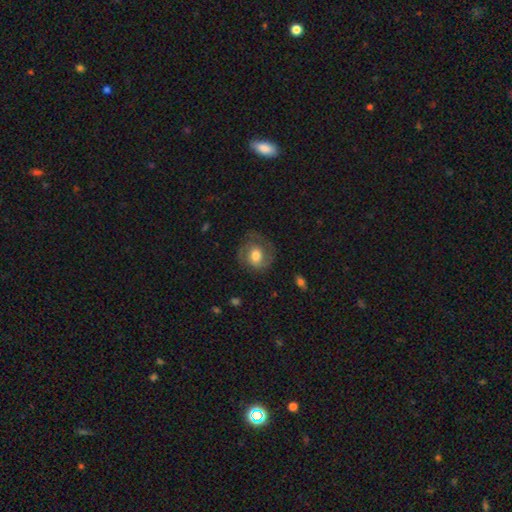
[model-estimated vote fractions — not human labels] Overall: featured or disk (59%; smooth 33%). Edge-on disk: no (97%). Bar: no (63%; weak 30%). Spiral arms: yes (84%). Bulge size: moderate (62%; large 24%). Merging: none (68%).